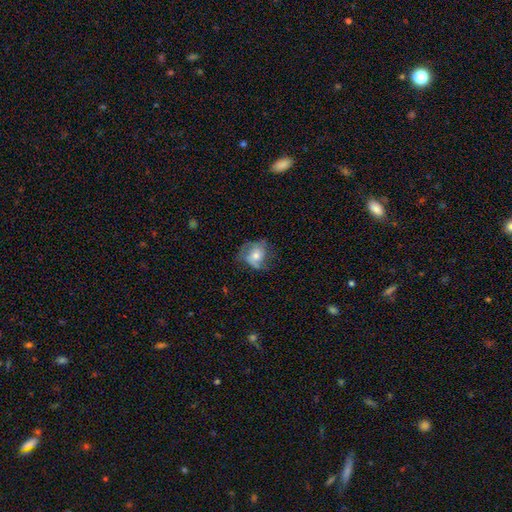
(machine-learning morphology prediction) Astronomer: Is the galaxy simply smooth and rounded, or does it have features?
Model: smooth — 49% (runner-up: featured or disk, 42%).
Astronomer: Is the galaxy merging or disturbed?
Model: none — 48% (runner-up: minor disturbance, 30%).